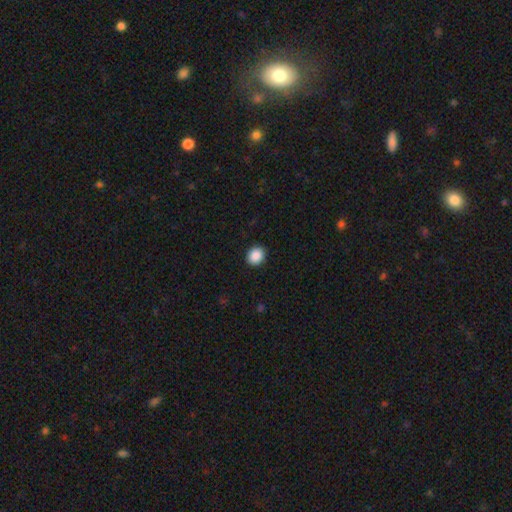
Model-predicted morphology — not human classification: type=smooth (89%); roundness=round (70%); merging=none (92%).